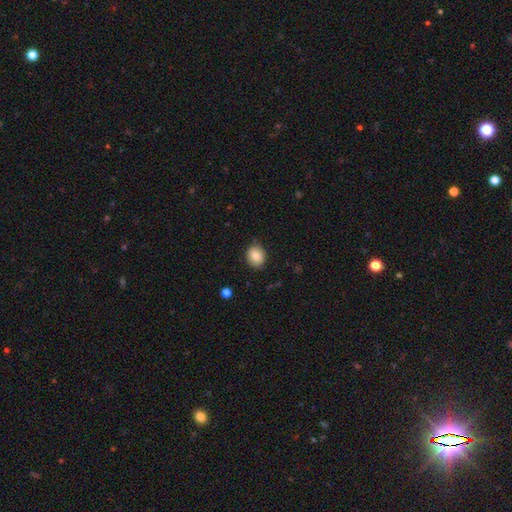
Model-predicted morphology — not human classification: A smooth galaxy with no disk features (83%) that is round (60%). Merging: none (84%).